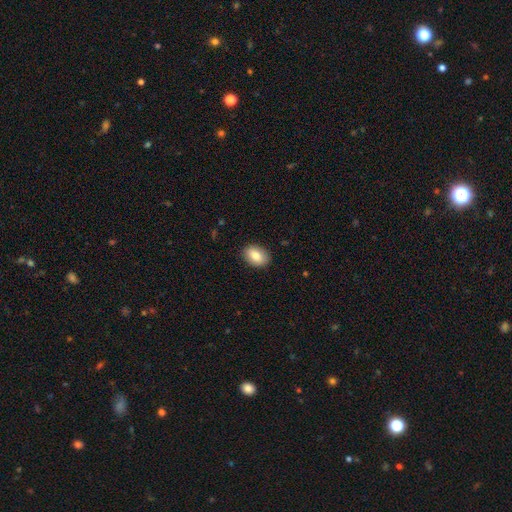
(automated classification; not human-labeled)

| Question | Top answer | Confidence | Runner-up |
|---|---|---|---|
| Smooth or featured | smooth | 83% | featured or disk (10%) |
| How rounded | in between | 83% | round (16%) |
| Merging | none | 88% | minor disturbance (9%) |